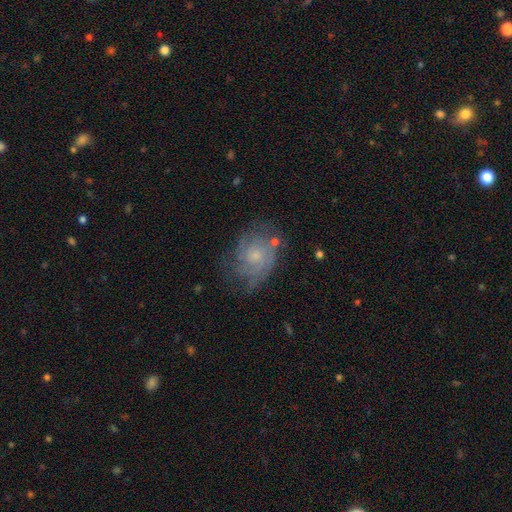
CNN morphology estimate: smooth_or_featured: featured or disk (p=0.67) [alt: smooth p=0.23]
disk_edge_on: no (p=0.97) [alt: yes p=0.03]
bar: no (p=0.76) [alt: weak p=0.21]
has_spiral_arms: yes (p=0.86) [alt: no p=0.14]
spiral_winding: tight (p=0.54) [alt: medium p=0.34]
spiral_arm_count: can't tell (p=0.41) [alt: 2 p=0.32]
bulge_size: small (p=0.53) [alt: moderate p=0.35]
merging: none (p=0.64) [alt: minor disturbance p=0.22]